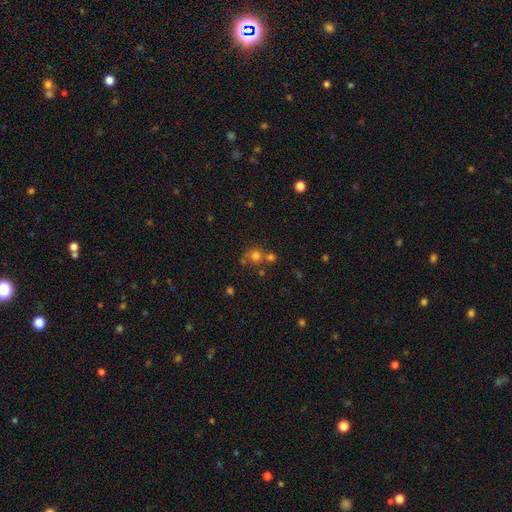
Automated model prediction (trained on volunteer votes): This is likely a smooth galaxy (70%). How rounded: clearly round (87%). Merging: possibly none (54%).